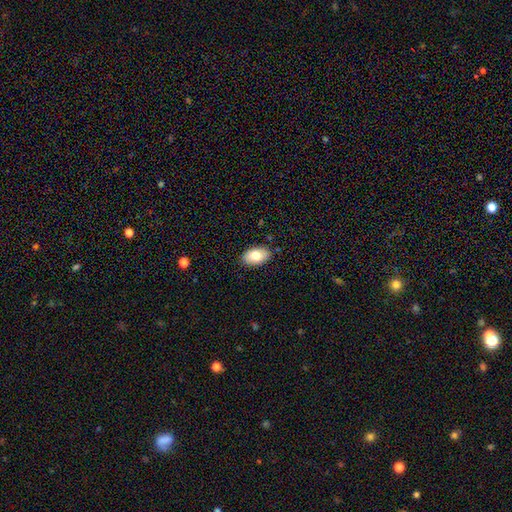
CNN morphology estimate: smooth-or-featured: smooth: 79% | featured or disk: 14% | star or artifact: 7%
  how-rounded: in between: 92% | round: 7% | cigar-shaped: 1%
  merging: none: 87% | minor disturbance: 10% | major disturbance: 2% | merger: 1%